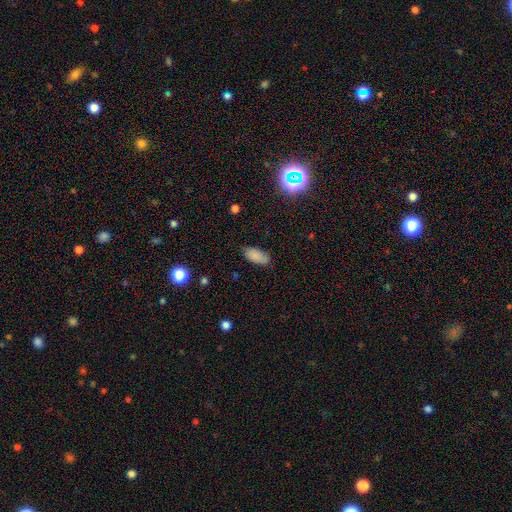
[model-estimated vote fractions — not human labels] Smooth or featured: smooth — 84% (star or artifact — 10%)
How rounded: in between — 90% (cigar-shaped — 7%)
Merging: none — 79% (minor disturbance — 16%)